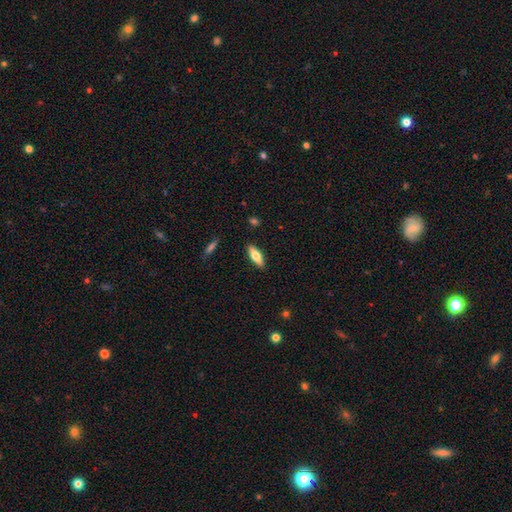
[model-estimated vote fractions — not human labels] Morphology: type=smooth (61%); roundness=in between (54%); merging=none (88%).